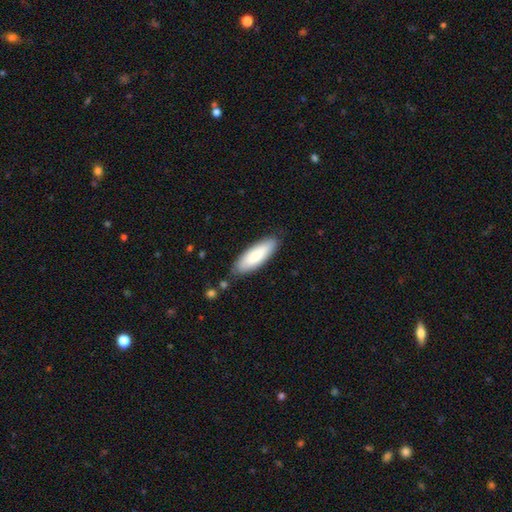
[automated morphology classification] Smooth or featured? Predicted: smooth (p=0.84). How rounded? Predicted: in between (p=0.59). Merging? Predicted: none (p=0.83).